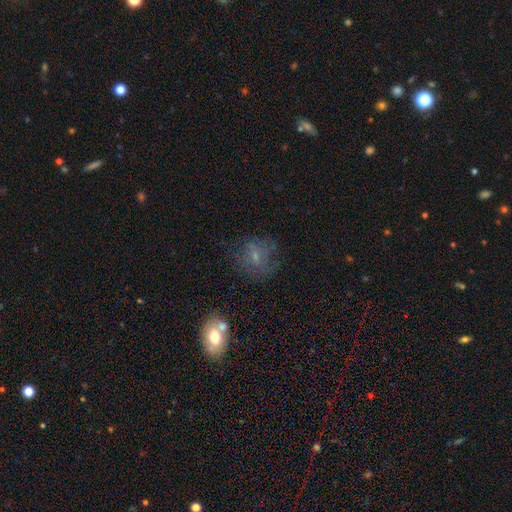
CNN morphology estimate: This appears to be a smooth galaxy with no disk features (49%). Merging: none (60%).